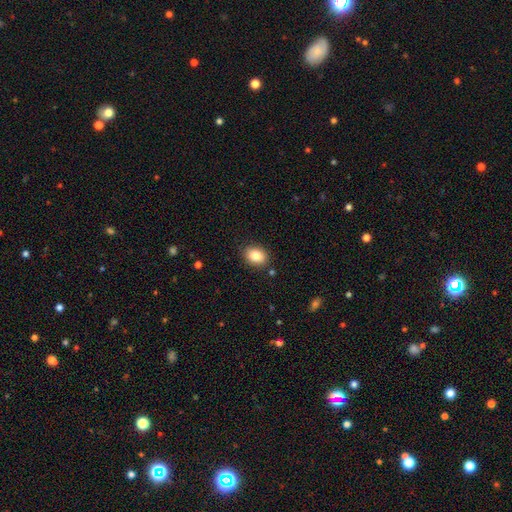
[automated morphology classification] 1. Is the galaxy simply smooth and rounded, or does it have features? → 84% smooth, 9% star or artifact, 7% featured or disk.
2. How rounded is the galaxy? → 67% in between, 32% round, 1% cigar-shaped.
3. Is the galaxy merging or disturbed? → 87% none, 9% minor disturbance, 2% major disturbance, 2% merger.